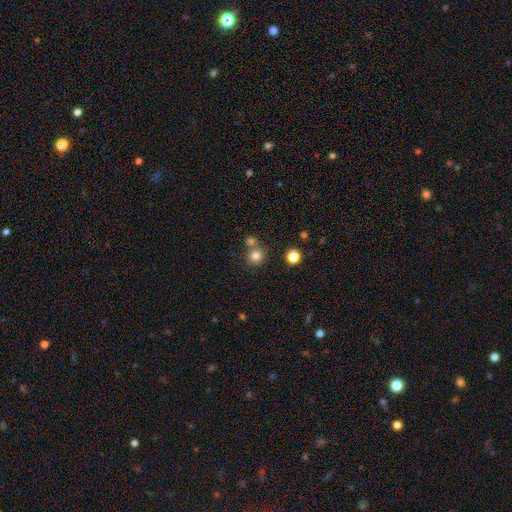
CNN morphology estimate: Overall: smooth (80%). How rounded: round (90%). Merging: none (65%; merger 25%).